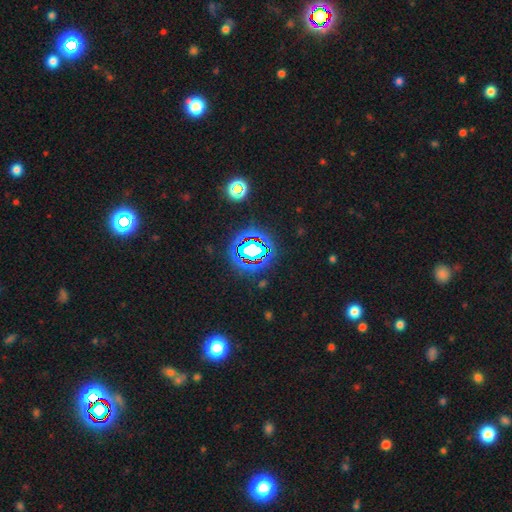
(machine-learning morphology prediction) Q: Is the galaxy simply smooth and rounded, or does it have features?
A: star or artifact — 75%.